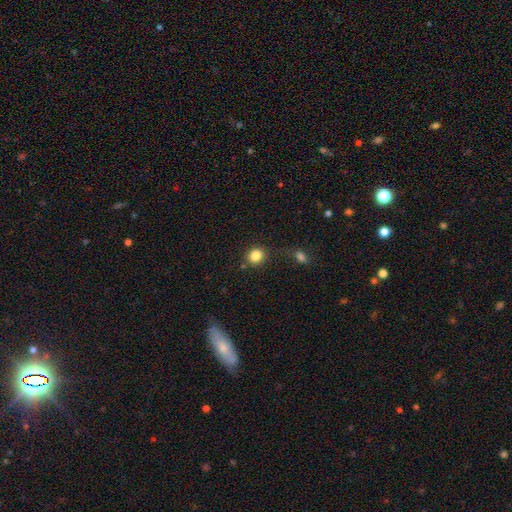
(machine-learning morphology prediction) Smooth or featured?
  - smooth: 84% *
  - star or artifact: 11%
  - featured or disk: 5%
How rounded?
  - round: 77% *
  - in between: 22%
  - cigar-shaped: 1%
Merging?
  - none: 78% *
  - minor disturbance: 11%
  - merger: 6%
  - major disturbance: 4%